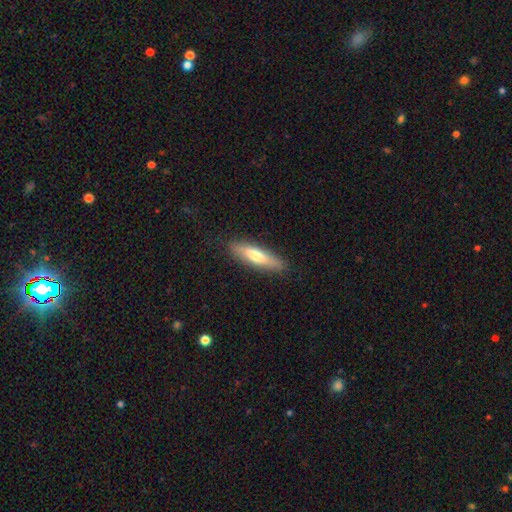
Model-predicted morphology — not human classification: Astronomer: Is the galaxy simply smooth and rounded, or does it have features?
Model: smooth — 64%.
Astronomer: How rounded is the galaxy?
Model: cigar-shaped — 74%.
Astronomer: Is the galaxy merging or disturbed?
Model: none — 86%.